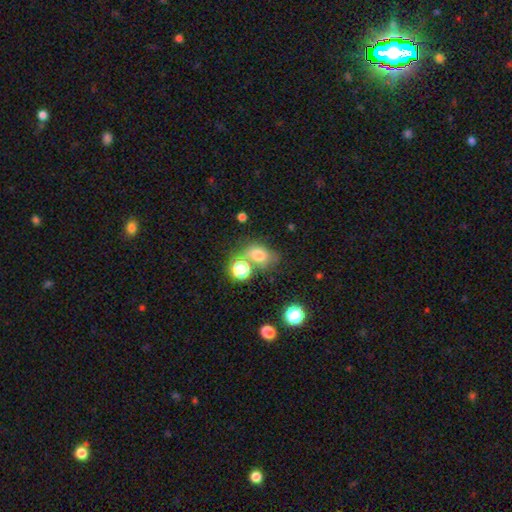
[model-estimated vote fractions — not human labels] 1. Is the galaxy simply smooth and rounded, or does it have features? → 70% smooth, 18% star or artifact, 12% featured or disk.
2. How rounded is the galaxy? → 63% in between, 35% round, 2% cigar-shaped.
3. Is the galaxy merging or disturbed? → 54% none, 22% merger, 16% minor disturbance, 8% major disturbance.